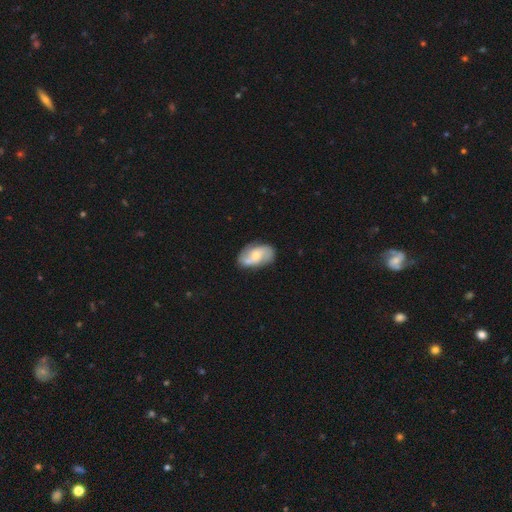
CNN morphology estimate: Overall: featured or disk (64%; smooth 30%). Edge-on disk: no (96%). Bar: no (59%; weak 34%). Spiral arms: yes (86%). Spiral arm count: 2 (79%). Spiral winding: medium (44%; loose 34%). Bulge size: small (49%; moderate 44%). Merging: none (65%).